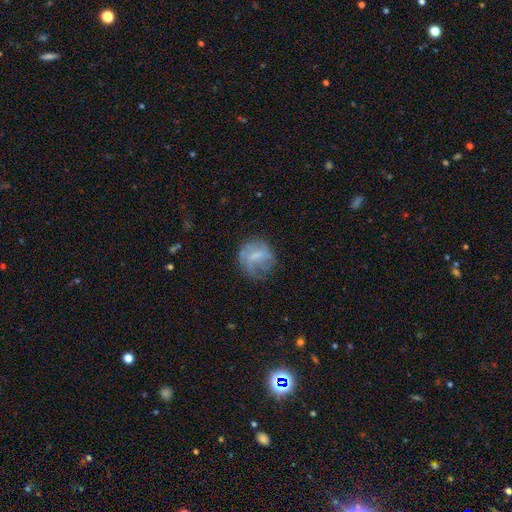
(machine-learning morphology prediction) Smooth or featured? Predicted: smooth (p=0.48). Merging? Predicted: none (p=0.55).